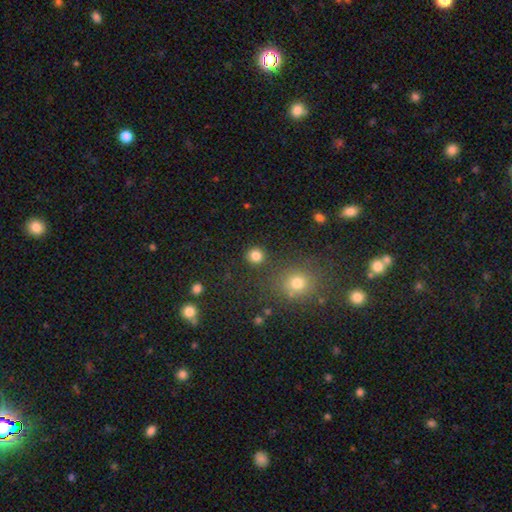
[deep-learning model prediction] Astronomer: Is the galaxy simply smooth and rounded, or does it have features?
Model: smooth — 83%.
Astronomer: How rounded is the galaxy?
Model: round — 91%.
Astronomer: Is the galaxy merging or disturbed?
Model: none — 87%.